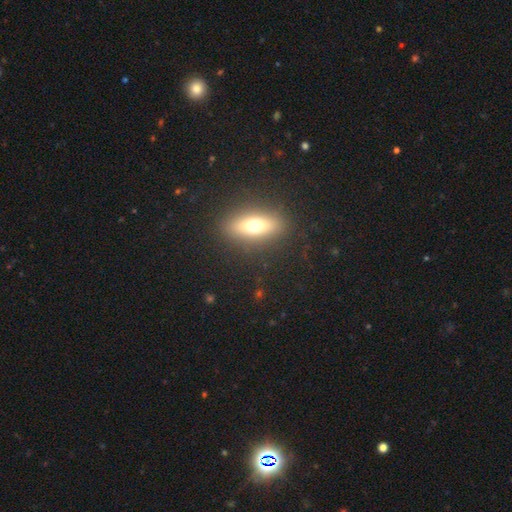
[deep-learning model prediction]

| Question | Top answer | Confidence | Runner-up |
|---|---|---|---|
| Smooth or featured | featured or disk | 41% | smooth (40%) |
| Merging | none | 89% | minor disturbance (7%) |